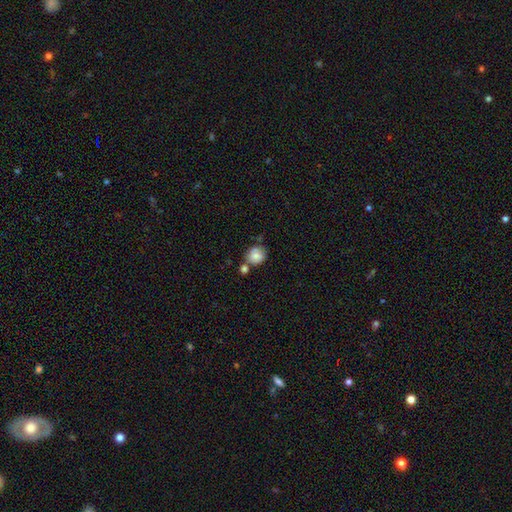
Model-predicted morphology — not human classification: Smooth or featured? Predicted: smooth (p=0.80). How rounded? Predicted: round (p=0.82). Merging? Predicted: none (p=0.58).